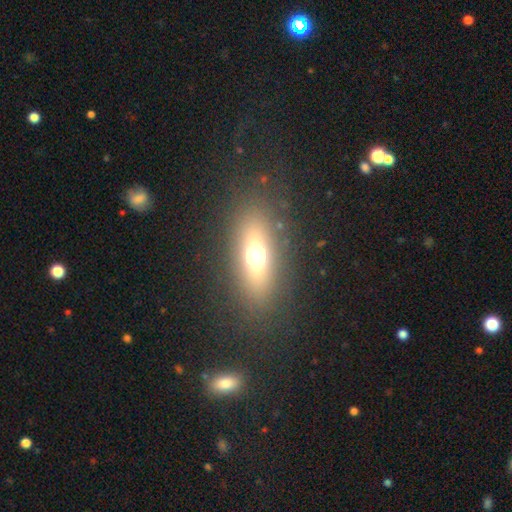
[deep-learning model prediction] smooth-or-featured: smooth: 56% | featured or disk: 27% | star or artifact: 18%
  how-rounded: in between: 69% | cigar-shaped: 18% | round: 13%
  merging: none: 84% | minor disturbance: 9% | major disturbance: 6% | merger: 1%